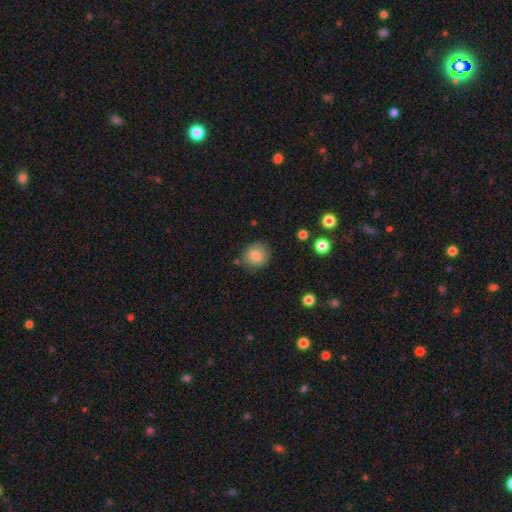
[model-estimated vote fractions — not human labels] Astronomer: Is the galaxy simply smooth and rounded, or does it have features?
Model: smooth — 83%.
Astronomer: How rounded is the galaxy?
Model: round — 80%.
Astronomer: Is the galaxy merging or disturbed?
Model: none — 79%.